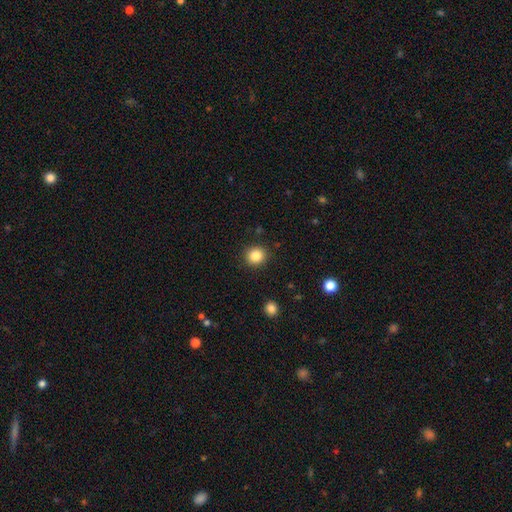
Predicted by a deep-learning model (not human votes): A smooth galaxy with no disk features (84%) that is round (90%).

Vote fractions:
- Smooth or featured? smooth: 84% / star or artifact: 11% / featured or disk: 5%
- How rounded? round: 90% / in between: 9% / cigar-shaped: 1%
- Merging? none: 91% / minor disturbance: 6% / major disturbance: 2% / merger: 1%